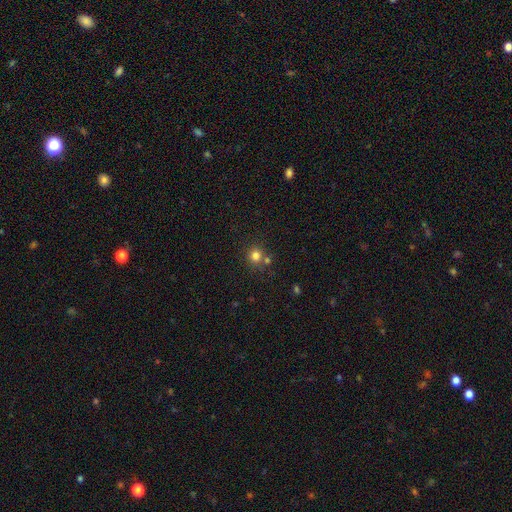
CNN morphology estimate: type=smooth (79%); roundness=round (89%); merging=none (69%).